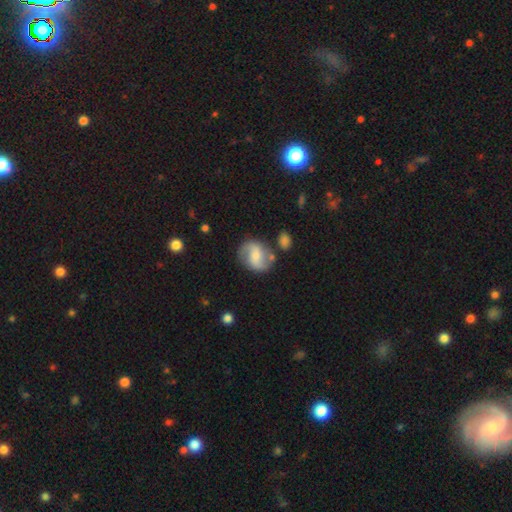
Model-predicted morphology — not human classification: Smooth or featured?
  - featured or disk: 67% *
  - smooth: 26%
  - star or artifact: 7%
Edge-on disk?
  - no: 97% *
  - yes: 3%
Bar?
  - weak: 45% *
  - no: 35%
  - strong: 21%
Spiral arms?
  - yes: 90% *
  - no: 10%
Spiral winding?
  - loose: 50% *
  - medium: 38%
  - tight: 12%
Spiral arm count?
  - 2: 90% *
  - can't tell: 5%
  - 1: 2%
  - 3: 1%
  - 4: 1%
  - more than 4: 1%
Bulge size?
  - small: 48% *
  - moderate: 39%
  - none: 8%
  - large: 4%
  - dominant: 1%
Merging?
  - none: 73% *
  - minor disturbance: 15%
  - merger: 7%
  - major disturbance: 5%